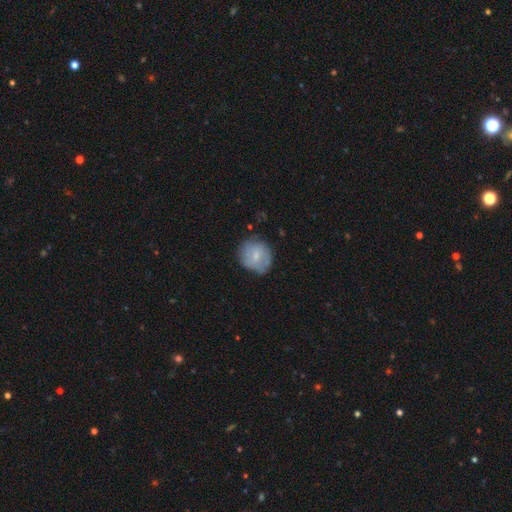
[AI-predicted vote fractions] smooth_or_featured: smooth (p=0.59) [alt: featured or disk p=0.35]
how_rounded: round (p=0.81) [alt: in between p=0.18]
merging: none (p=0.65) [alt: minor disturbance p=0.25]